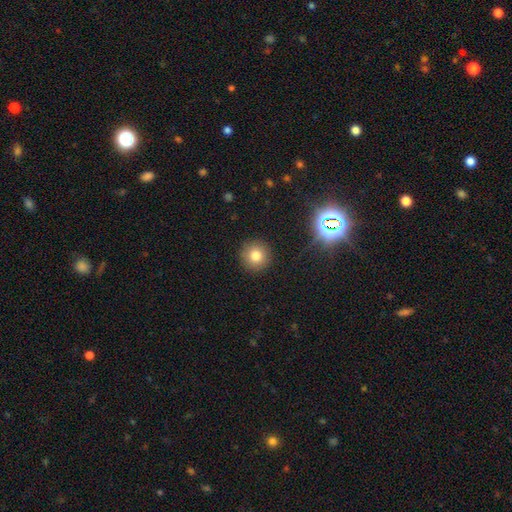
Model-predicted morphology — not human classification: Q: Smooth or featured?
A: smooth (78%); runner-up: star or artifact (13%)
Q: How rounded?
A: round (95%); runner-up: in between (4%)
Q: Merging?
A: none (91%); runner-up: minor disturbance (6%)